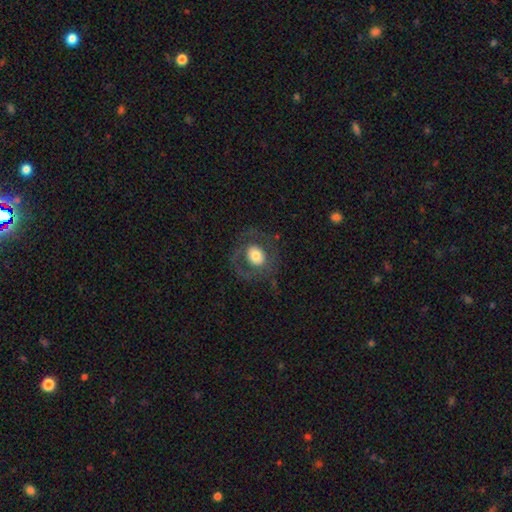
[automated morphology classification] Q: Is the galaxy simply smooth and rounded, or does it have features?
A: smooth — 55%.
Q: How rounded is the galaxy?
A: round — 68%.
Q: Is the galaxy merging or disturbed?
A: none — 71%.